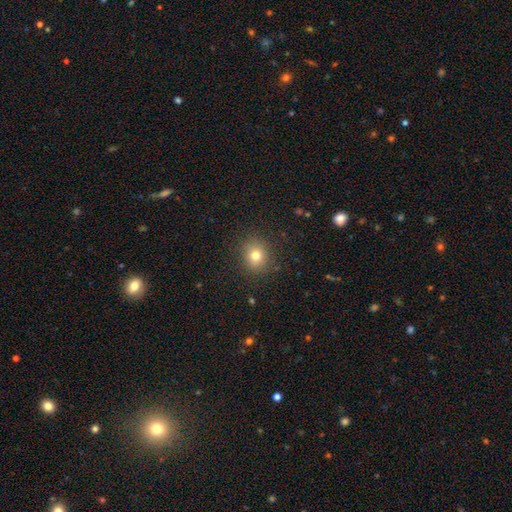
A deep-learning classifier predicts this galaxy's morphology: Smooth or featured?
  - smooth: 76% *
  - star or artifact: 14%
  - featured or disk: 9%
How rounded?
  - round: 74% *
  - in between: 25%
  - cigar-shaped: 1%
Merging?
  - none: 86% *
  - minor disturbance: 9%
  - major disturbance: 3%
  - merger: 1%